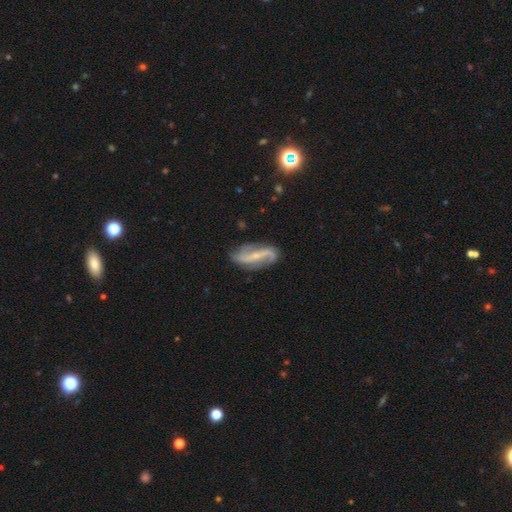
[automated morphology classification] Q: Smooth or featured?
A: featured or disk (83%); runner-up: smooth (11%)
Q: Edge-on disk?
A: no (92%); runner-up: yes (8%)
Q: Bar?
A: strong (41%); runner-up: weak (35%)
Q: Spiral arms?
A: yes (94%); runner-up: no (6%)
Q: Spiral winding?
A: loose (69%); runner-up: medium (21%)
Q: Spiral arm count?
A: 2 (90%); runner-up: can't tell (4%)
Q: Bulge size?
A: small (71%); runner-up: moderate (19%)
Q: Merging?
A: none (79%); runner-up: minor disturbance (15%)